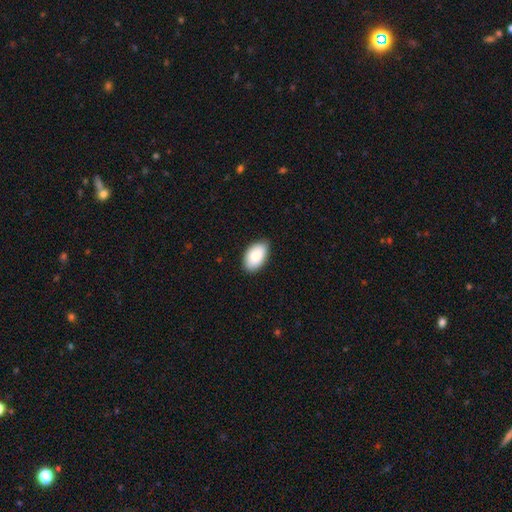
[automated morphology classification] type=smooth (86%); roundness=in between (94%); merging=none (84%).